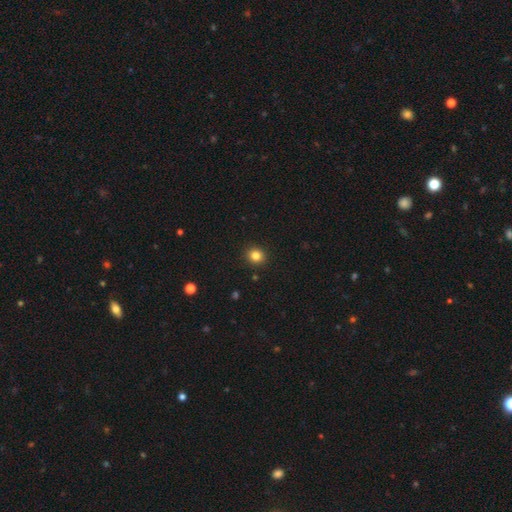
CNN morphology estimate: smooth-or-featured: smooth: 83% | star or artifact: 12% | featured or disk: 5%
  how-rounded: round: 84% | in between: 15% | cigar-shaped: 1%
  merging: none: 92% | minor disturbance: 5% | major disturbance: 2% | merger: 1%